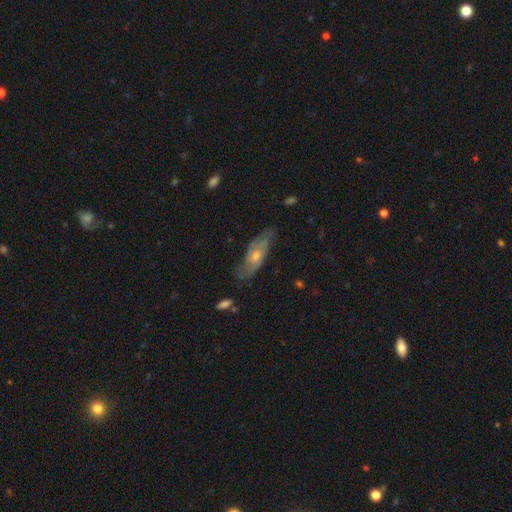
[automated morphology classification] The model was most divided on "smooth or featured": featured or disk: 62%, smooth: 31%, star or artifact: 7%. More confident: edge-on disk — no (74%); merging — none (70%).